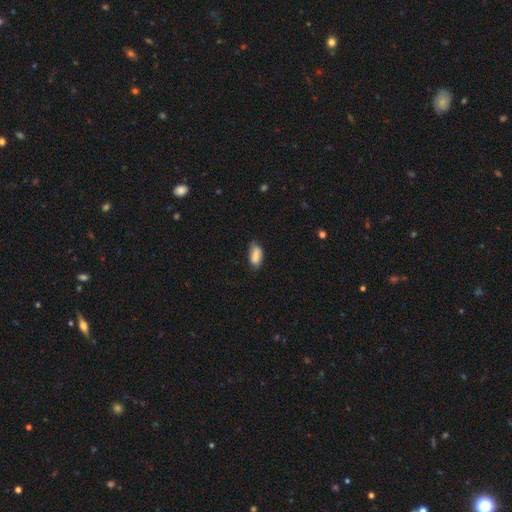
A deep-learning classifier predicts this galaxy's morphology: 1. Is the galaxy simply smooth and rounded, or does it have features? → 81% smooth, 11% featured or disk, 7% star or artifact.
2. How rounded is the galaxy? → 87% in between, 10% cigar-shaped, 3% round.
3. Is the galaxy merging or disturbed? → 61% none, 31% minor disturbance, 6% major disturbance, 2% merger.